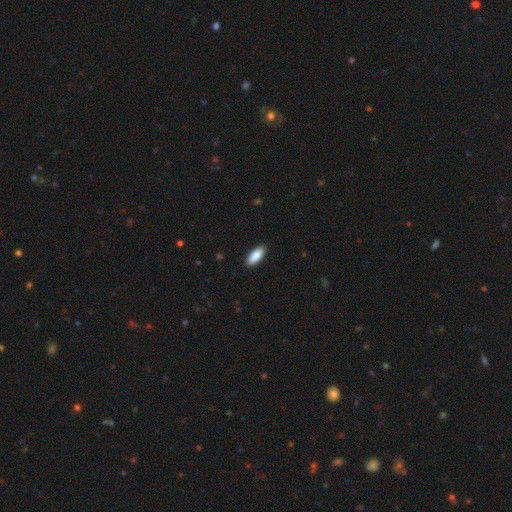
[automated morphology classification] Q: Smooth or featured?
A: smooth (88%); runner-up: featured or disk (7%)
Q: How rounded?
A: in between (79%); runner-up: cigar-shaped (20%)
Q: Merging?
A: none (90%); runner-up: minor disturbance (8%)